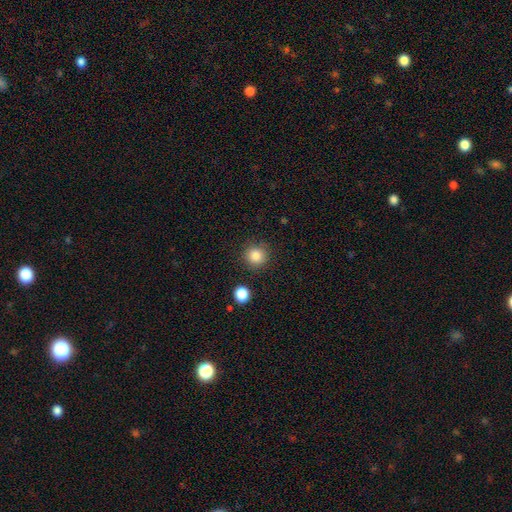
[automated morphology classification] This appears to be a smooth galaxy with no disk features (84%) that is round (93%). Merging: none (88%).